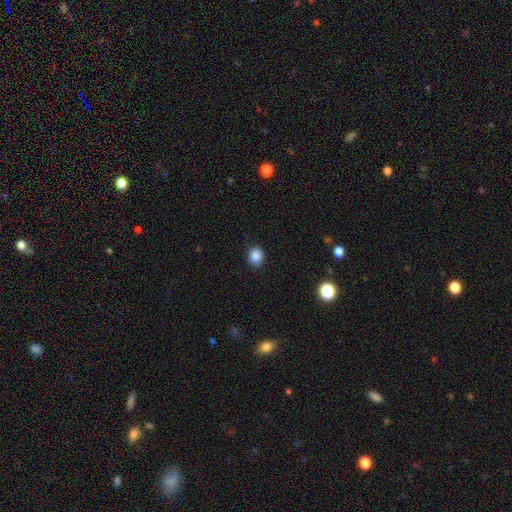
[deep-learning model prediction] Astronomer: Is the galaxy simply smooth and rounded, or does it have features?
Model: smooth — 86%.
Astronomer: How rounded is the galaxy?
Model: round — 55% (runner-up: in between, 44%).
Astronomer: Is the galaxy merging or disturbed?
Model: none — 86%.